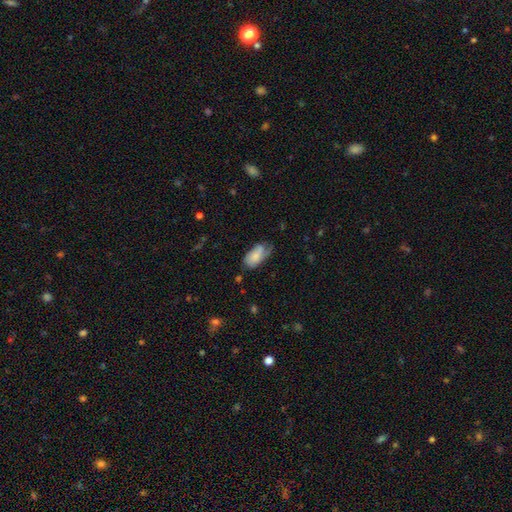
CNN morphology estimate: Overall: smooth (77%). How rounded: in between (92%). Merging: none (45%; minor disturbance 37%).